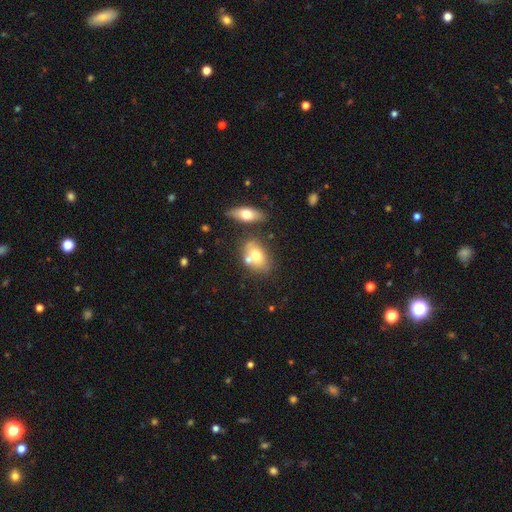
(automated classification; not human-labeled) Q: Smooth or featured?
A: smooth (66%); runner-up: featured or disk (25%)
Q: How rounded?
A: in between (79%); runner-up: round (18%)
Q: Merging?
A: none (46%); runner-up: merger (33%)